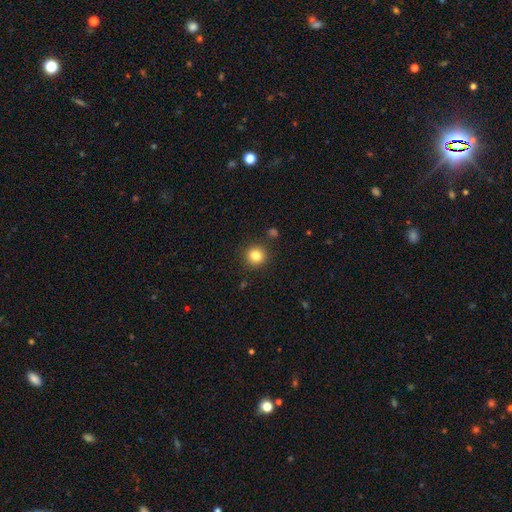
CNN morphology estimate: smooth_or_featured: smooth (p=0.83) [alt: star or artifact p=0.11]
how_rounded: round (p=0.93) [alt: in between p=0.06]
merging: none (p=0.89) [alt: minor disturbance p=0.06]